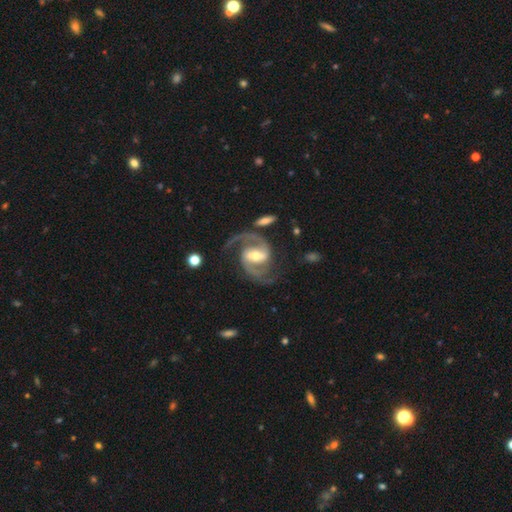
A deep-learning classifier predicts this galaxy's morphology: featured or disk 93%, star or artifact 4%, smooth 3%. Down the decision tree: edge-on disk — no (98%); bar — strong (50%); spiral arms — yes (98%); spiral arm count — 2 (94%); spiral winding — medium (64%); bulge size — moderate (61%); merging — none (77%).